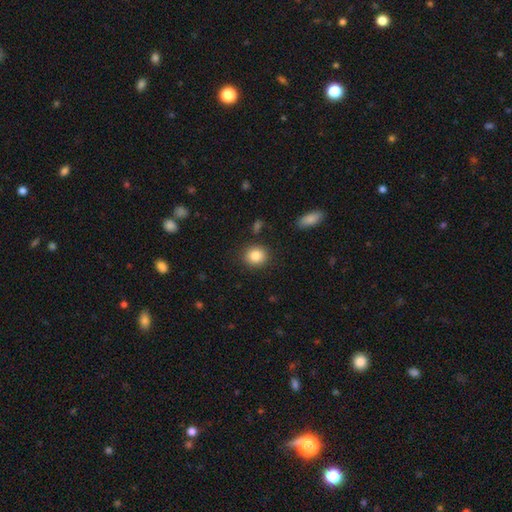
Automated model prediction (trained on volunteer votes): Overall: smooth (84%). How rounded: round (81%). Merging: none (88%).